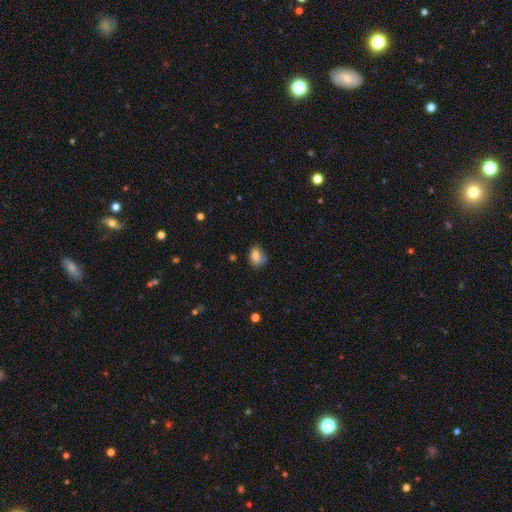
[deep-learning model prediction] Q: Smooth or featured?
A: smooth (80%); runner-up: featured or disk (11%)
Q: How rounded?
A: in between (59%); runner-up: round (40%)
Q: Merging?
A: none (65%); runner-up: minor disturbance (27%)